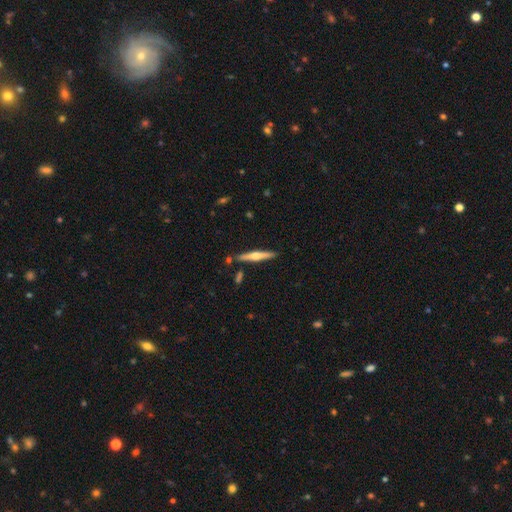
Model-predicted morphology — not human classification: type=featured or disk (65%); edge-on=yes (98%); edge-on bulge=rounded (90%); merging=none (86%).